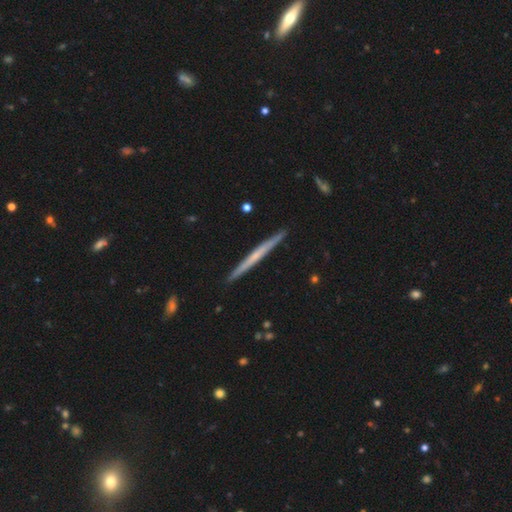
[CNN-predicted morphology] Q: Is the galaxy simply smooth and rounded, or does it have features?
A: featured or disk — 58%.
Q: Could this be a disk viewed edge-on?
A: yes — 98%.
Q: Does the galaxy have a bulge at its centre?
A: none — 73%.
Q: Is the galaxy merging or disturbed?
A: none — 92%.